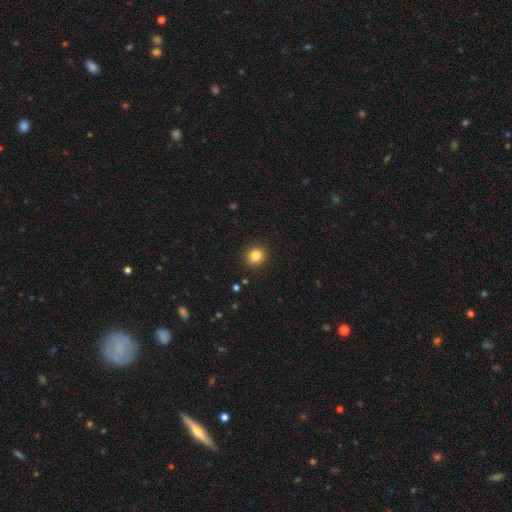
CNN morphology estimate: The model was most divided on "how rounded": round: 84%, in between: 15%, cigar-shaped: 1%. More confident: merging — none (91%); smooth or featured — smooth (83%).